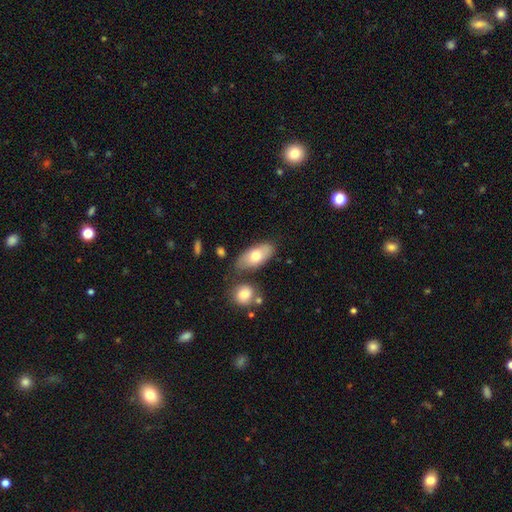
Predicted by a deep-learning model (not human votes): Smooth or featured: smooth — 70% (featured or disk — 24%)
How rounded: in between — 89% (cigar-shaped — 7%)
Merging: none — 69% (minor disturbance — 16%)